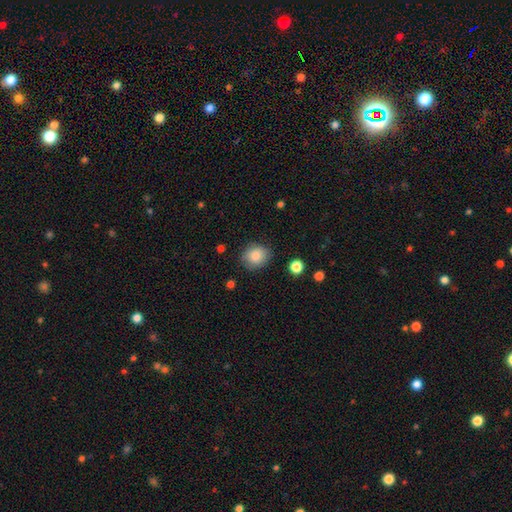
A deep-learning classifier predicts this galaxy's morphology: A smooth galaxy with no disk features (84%) that is round (68%). Merging: none (82%).